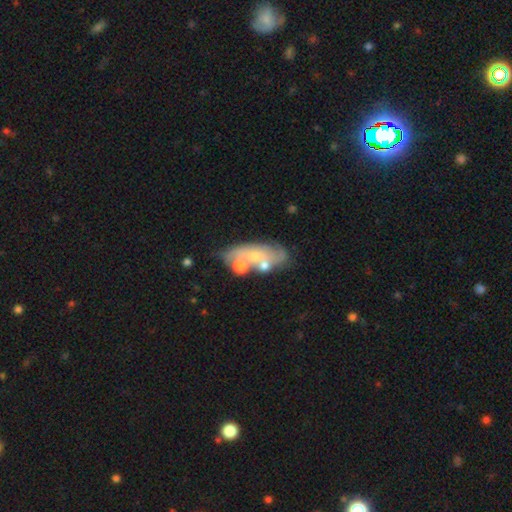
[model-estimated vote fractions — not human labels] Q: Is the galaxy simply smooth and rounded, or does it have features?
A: featured or disk — 58%.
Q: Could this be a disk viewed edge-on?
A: no — 91%.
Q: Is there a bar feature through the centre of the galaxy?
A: no — 80%.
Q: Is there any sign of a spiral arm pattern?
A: yes — 55%.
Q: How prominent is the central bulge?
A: small — 60%.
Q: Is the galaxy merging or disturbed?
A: none — 42%.